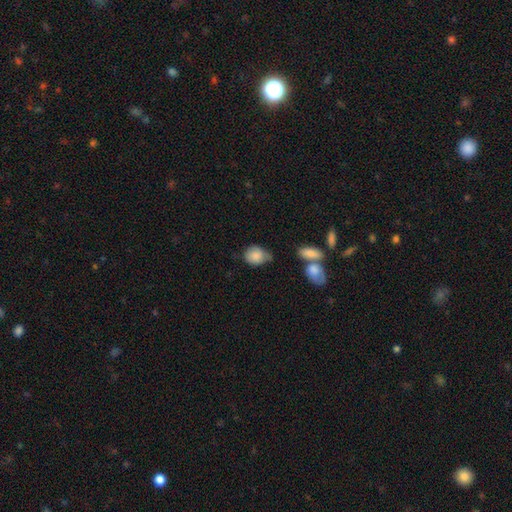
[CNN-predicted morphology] Smooth or featured? Predicted: smooth (p=0.84). How rounded? Predicted: round (p=0.52). Merging? Predicted: none (p=0.44).